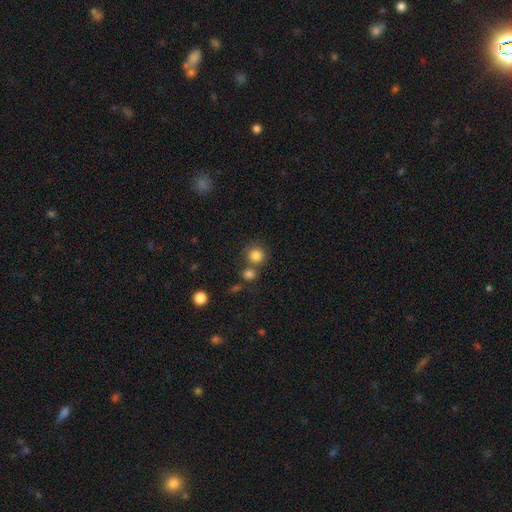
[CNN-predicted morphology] Smooth or featured: smooth — 83% (star or artifact — 11%)
How rounded: round — 90% (in between — 9%)
Merging: none — 64% (merger — 24%)